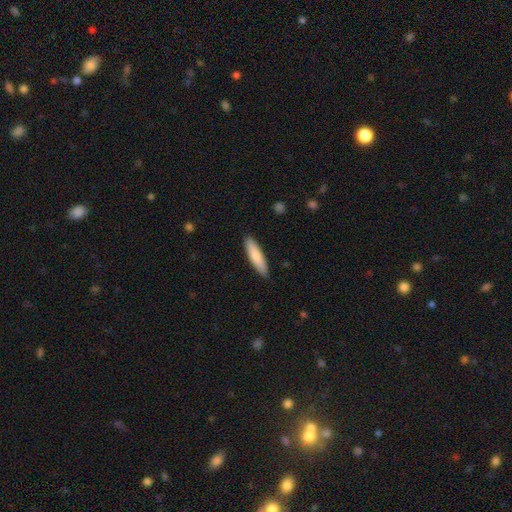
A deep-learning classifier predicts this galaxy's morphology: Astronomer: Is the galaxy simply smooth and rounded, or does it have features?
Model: smooth — 78%.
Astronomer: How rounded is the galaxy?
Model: cigar-shaped — 72%.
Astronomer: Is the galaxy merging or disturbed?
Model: none — 88%.